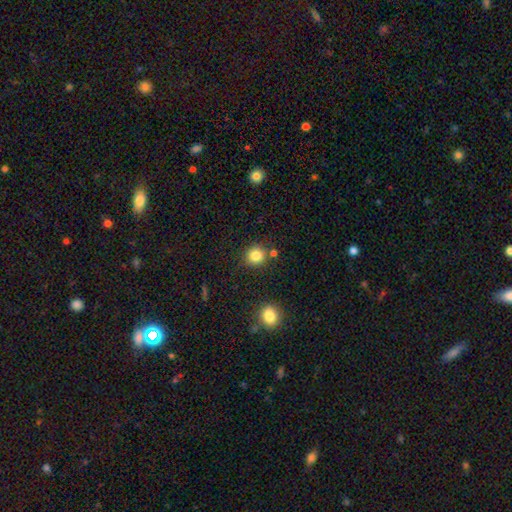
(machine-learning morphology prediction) smooth-or-featured: smooth: 84% | star or artifact: 11% | featured or disk: 5%
  how-rounded: round: 88% | in between: 11% | cigar-shaped: 1%
  merging: none: 81% | minor disturbance: 9% | merger: 7% | major disturbance: 3%